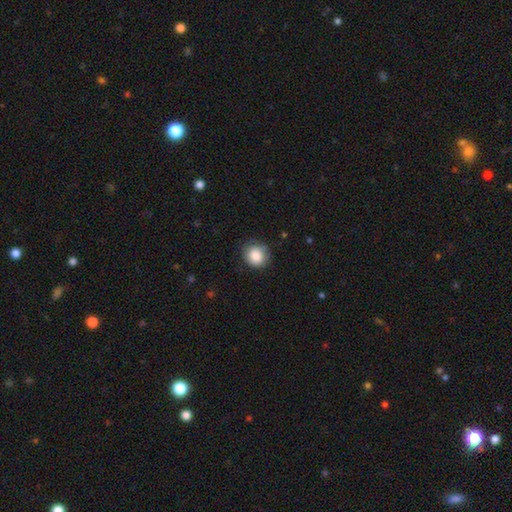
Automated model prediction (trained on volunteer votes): This is clearly a smooth galaxy (87%). How rounded: clearly round (87%). Merging: likely none (76%).